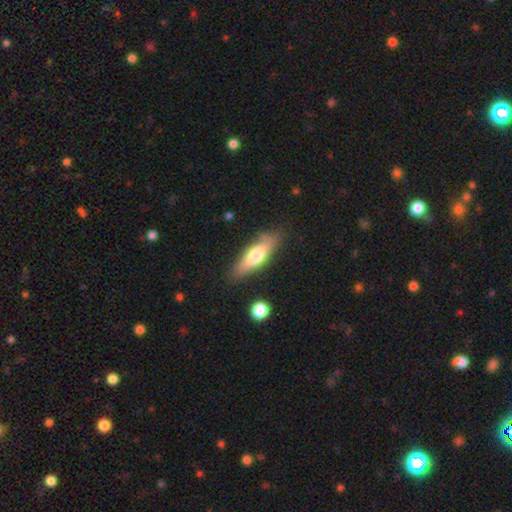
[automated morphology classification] Smooth or featured?
  - smooth: 59% *
  - featured or disk: 35%
  - star or artifact: 6%
How rounded?
  - cigar-shaped: 53% *
  - in between: 44%
  - round: 2%
Merging?
  - none: 77% *
  - minor disturbance: 16%
  - major disturbance: 4%
  - merger: 3%